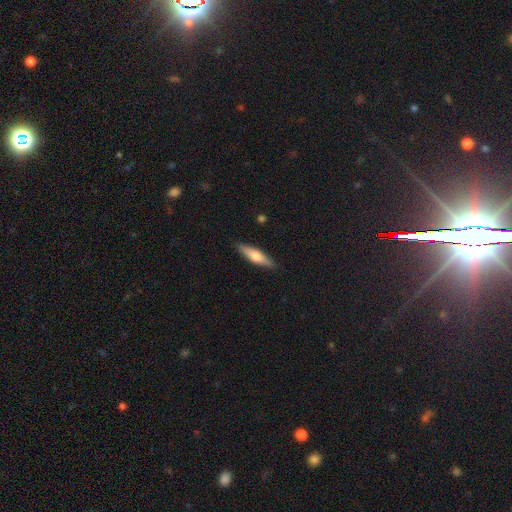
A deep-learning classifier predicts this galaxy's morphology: The model was most divided on "smooth or featured": smooth: 58%, featured or disk: 36%, star or artifact: 5%. More confident: merging — none (89%); how rounded — cigar-shaped (68%).